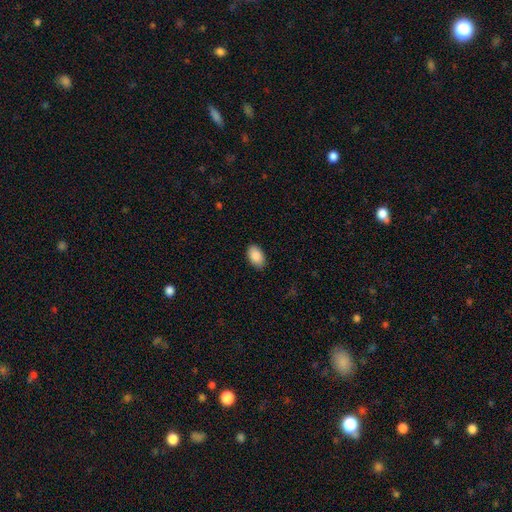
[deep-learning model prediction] Morphology: type=smooth (90%); roundness=in between (93%); merging=none (88%).